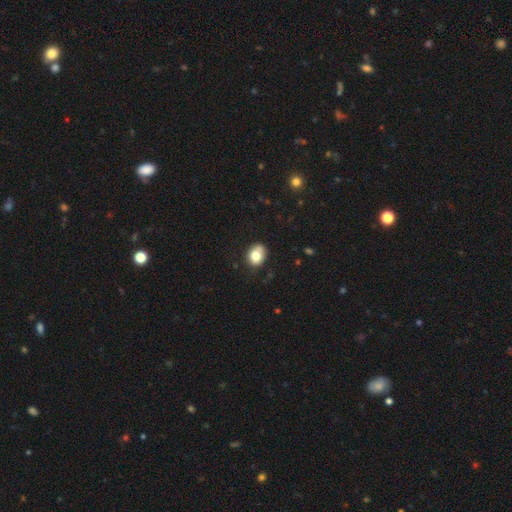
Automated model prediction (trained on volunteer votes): Overall: smooth (79%). How rounded: in between (51%; round 48%). Merging: none (67%).